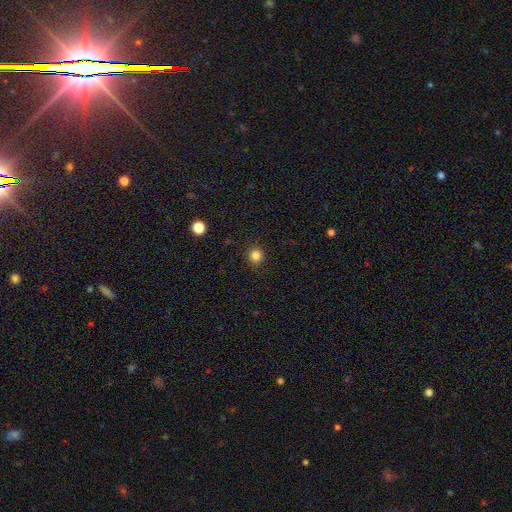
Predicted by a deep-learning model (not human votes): Smooth or featured? Predicted: smooth (p=0.83). How rounded? Predicted: round (p=0.94). Merging? Predicted: none (p=0.91).